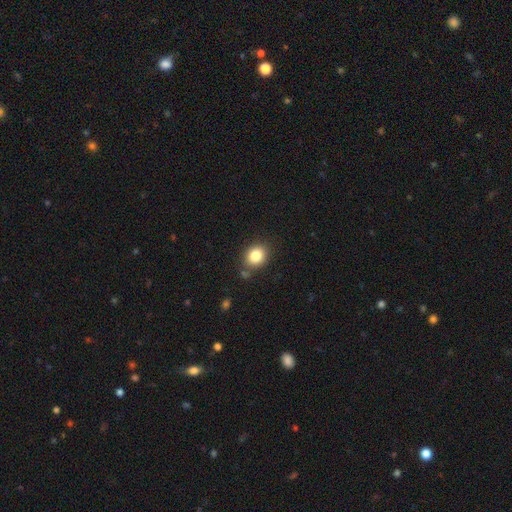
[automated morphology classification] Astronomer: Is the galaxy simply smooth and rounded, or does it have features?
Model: smooth — 83%.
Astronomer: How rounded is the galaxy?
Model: round — 58% (runner-up: in between, 41%).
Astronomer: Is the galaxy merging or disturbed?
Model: none — 78%.